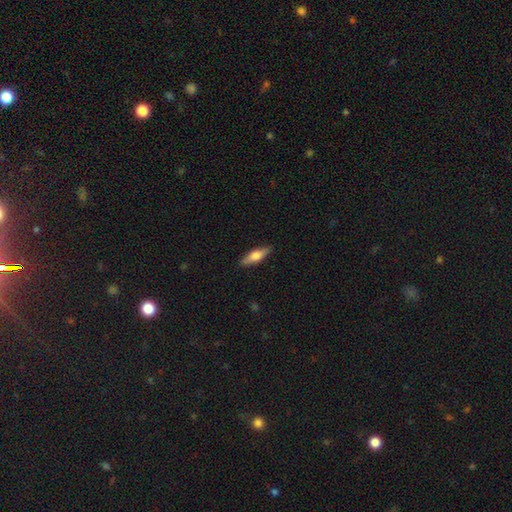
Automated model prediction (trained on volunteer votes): This appears to be a smooth galaxy with no disk features (58%) that is cigar-shaped (53%). Merging: none (88%).